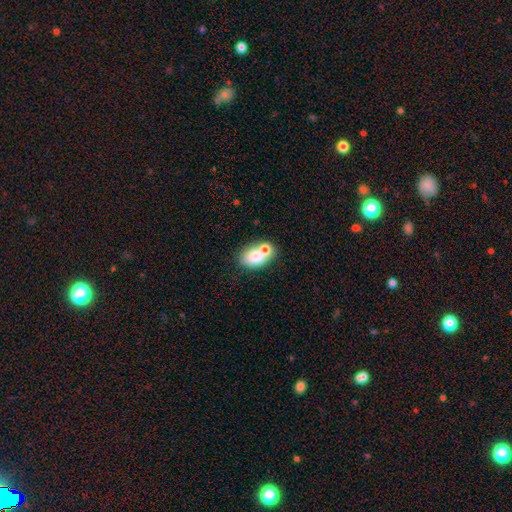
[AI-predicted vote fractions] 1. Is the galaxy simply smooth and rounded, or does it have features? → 73% smooth, 18% featured or disk, 9% star or artifact.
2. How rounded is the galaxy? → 82% in between, 16% round, 1% cigar-shaped.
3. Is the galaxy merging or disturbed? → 42% none, 41% merger, 12% minor disturbance, 5% major disturbance.